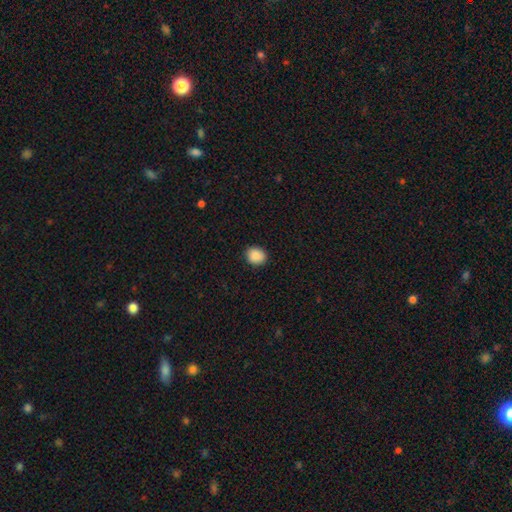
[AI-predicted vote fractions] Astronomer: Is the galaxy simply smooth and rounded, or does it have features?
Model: smooth — 89%.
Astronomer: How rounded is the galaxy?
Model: round — 67%.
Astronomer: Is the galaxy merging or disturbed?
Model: none — 90%.